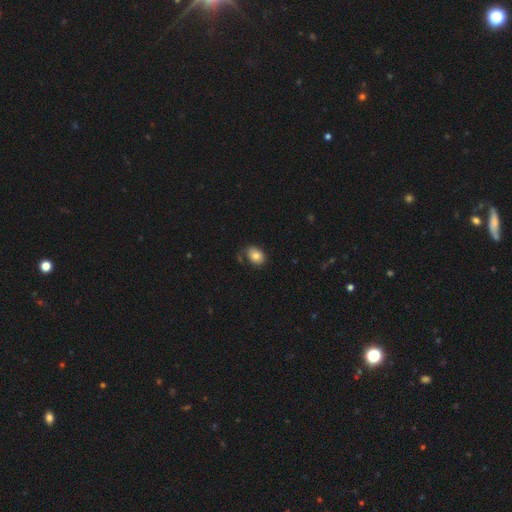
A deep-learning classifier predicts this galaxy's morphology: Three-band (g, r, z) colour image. It shows a smooth galaxy with no disk features (79%) that is in between round and cigar-shaped (68%). Merging: none (68%).